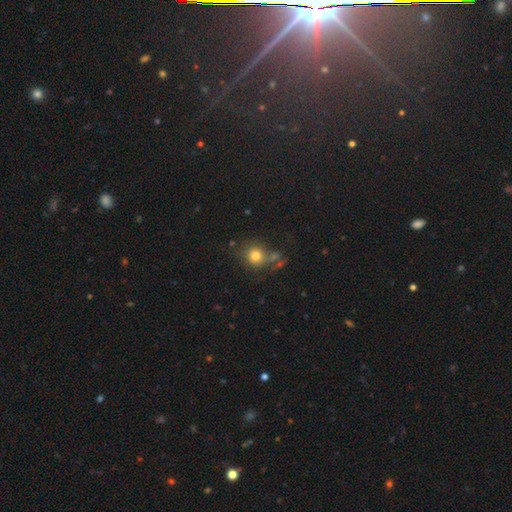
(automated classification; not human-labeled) Smooth or featured? smooth (77%)
How rounded? round (84%)
Merging? none (61%)